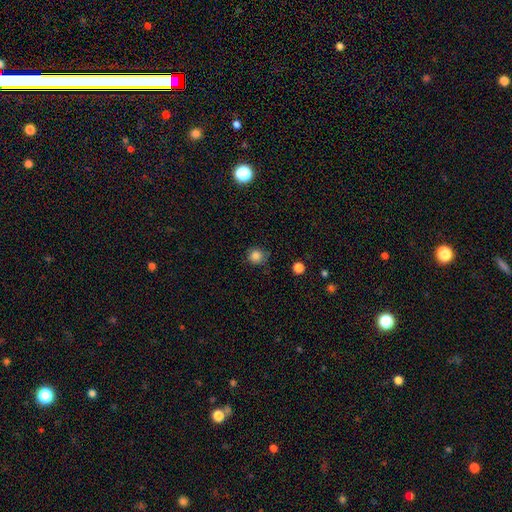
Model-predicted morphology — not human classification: The model was most divided on "merging": none: 78%, minor disturbance: 16%, major disturbance: 4%, merger: 2%. More confident: how rounded — round (92%); smooth or featured — smooth (84%).